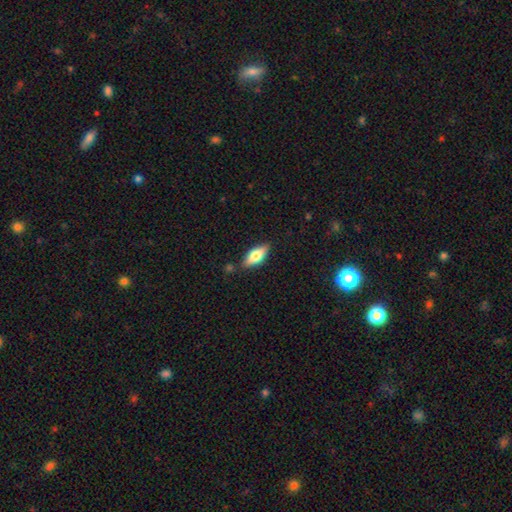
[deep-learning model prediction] smooth_or_featured: smooth (p=0.64) [alt: featured or disk p=0.29]
how_rounded: in between (p=0.78) [alt: cigar-shaped p=0.19]
merging: none (p=0.81) [alt: minor disturbance p=0.13]